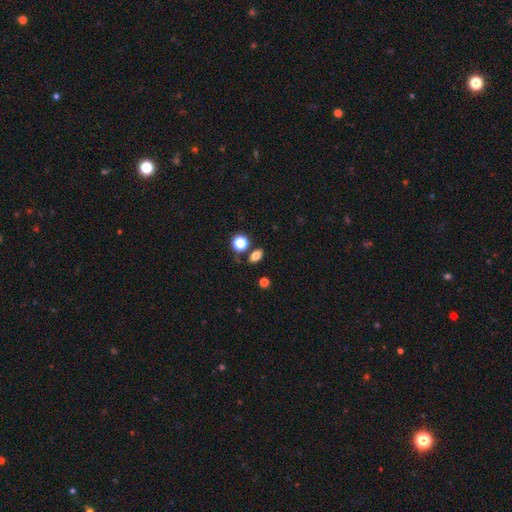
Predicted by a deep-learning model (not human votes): This appears to be a smooth galaxy with no disk features (77%) that is in between round and cigar-shaped (78%). Merging: none (78%).